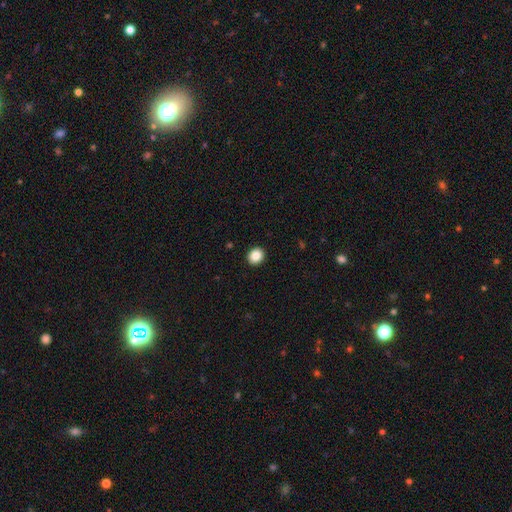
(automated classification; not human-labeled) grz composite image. It shows a smooth galaxy with no disk features (88%) that is round (71%). Merging: none (92%).